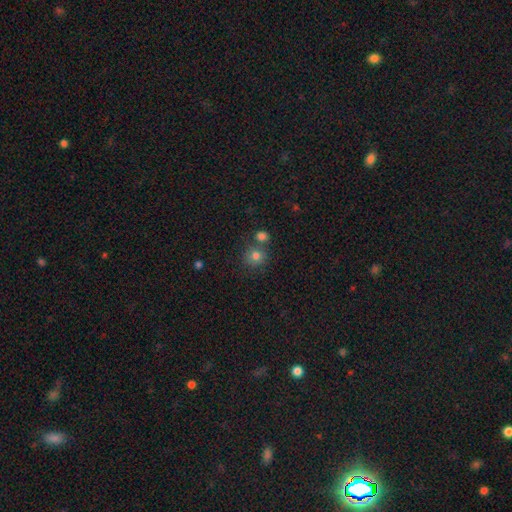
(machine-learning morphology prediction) smooth_or_featured: smooth (p=0.78) [alt: star or artifact p=0.13]
how_rounded: round (p=0.88) [alt: in between p=0.11]
merging: none (p=0.65) [alt: merger p=0.22]